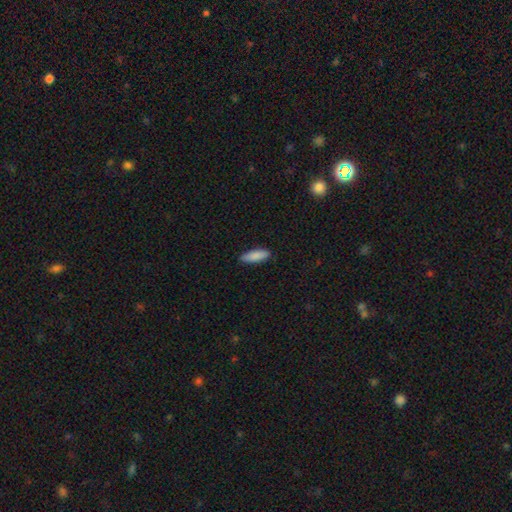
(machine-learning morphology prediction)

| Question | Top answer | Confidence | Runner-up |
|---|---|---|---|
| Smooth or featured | smooth | 88% | featured or disk (6%) |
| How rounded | in between | 49% | tied: cigar-shaped (49%) |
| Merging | none | 89% | minor disturbance (8%) |